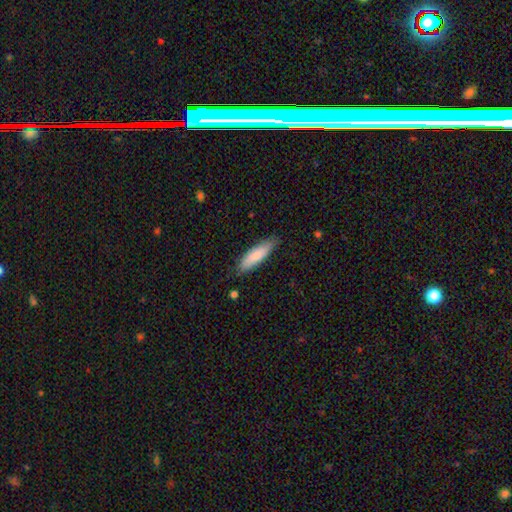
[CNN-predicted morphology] This is clearly a smooth galaxy (82%). How rounded: likely cigar-shaped (64%). Merging: clearly none (82%).